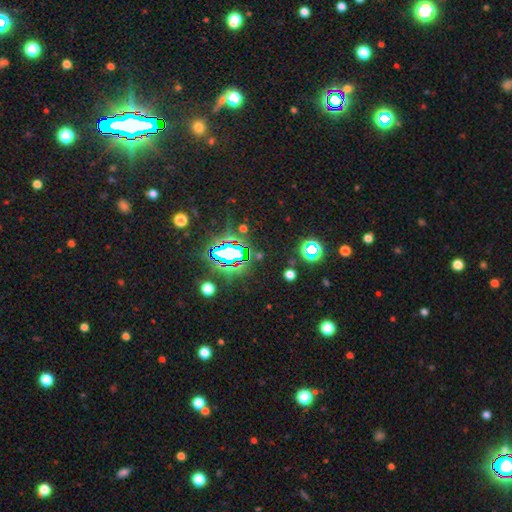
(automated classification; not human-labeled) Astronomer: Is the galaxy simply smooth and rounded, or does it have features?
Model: star or artifact — 78%.